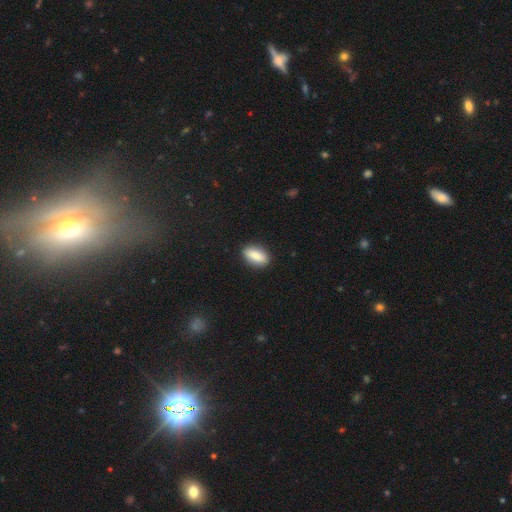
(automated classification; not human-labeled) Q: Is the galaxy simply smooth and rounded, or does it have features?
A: smooth — 86%.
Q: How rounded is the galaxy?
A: in between — 85%.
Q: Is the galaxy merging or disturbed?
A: none — 89%.